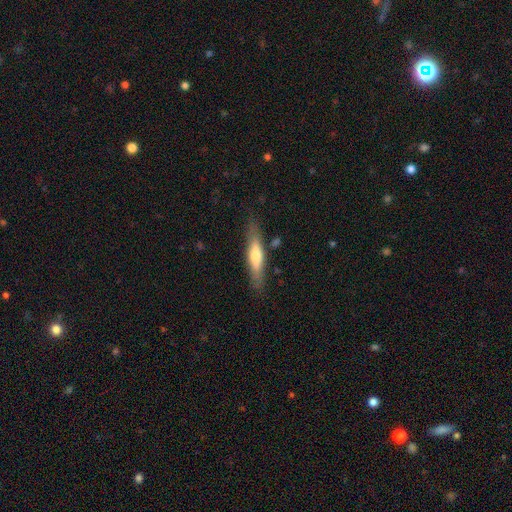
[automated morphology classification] smooth_or_featured: smooth (p=0.53) [alt: featured or disk p=0.41]
how_rounded: cigar-shaped (p=0.77) [alt: in between p=0.21]
merging: none (p=0.81) [alt: minor disturbance p=0.13]